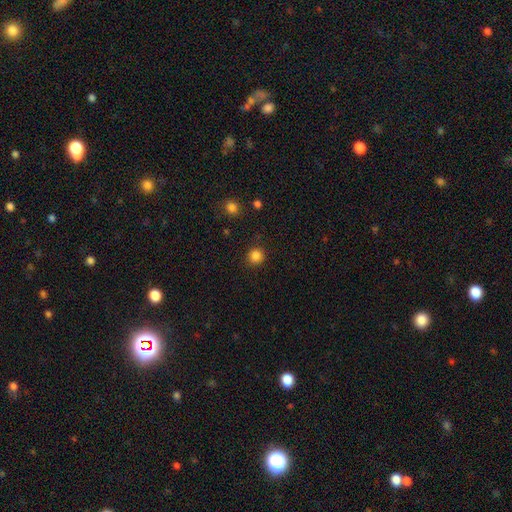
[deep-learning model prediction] Morphology: type=smooth (85%); roundness=round (90%); merging=none (87%).